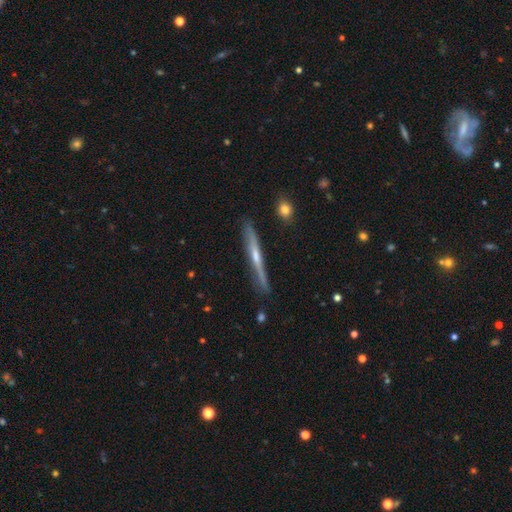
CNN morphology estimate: Smooth or featured? Predicted: featured or disk (p=0.66). Edge-on disk? Predicted: yes (p=0.96). Edge-on bulge? Predicted: rounded (p=0.58). Merging? Predicted: none (p=0.83).